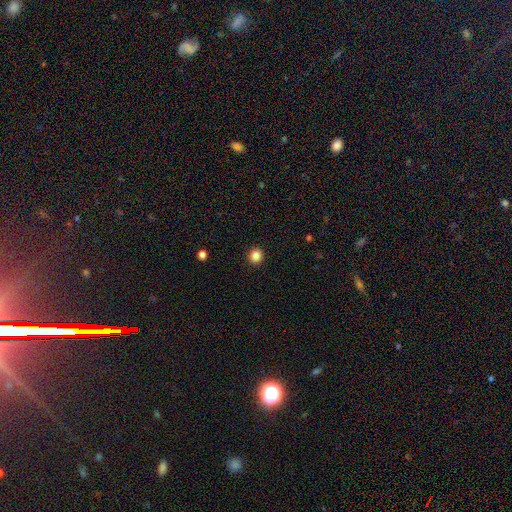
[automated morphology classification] smooth 86%, star or artifact 11%, featured or disk 3%. Down the decision tree: how rounded — round (90%); merging — none (93%).